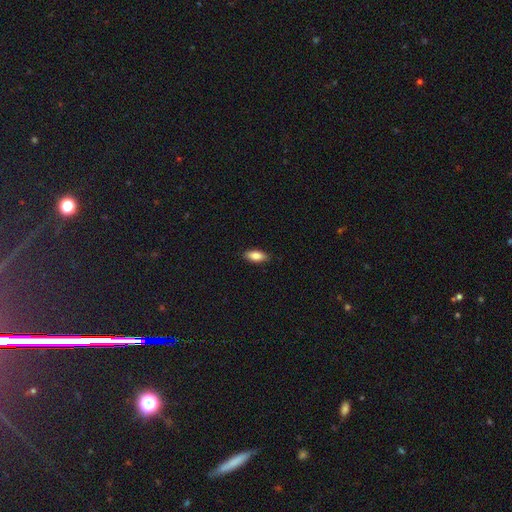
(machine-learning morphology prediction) Overall: smooth (85%). How rounded: in between (86%). Merging: none (87%).